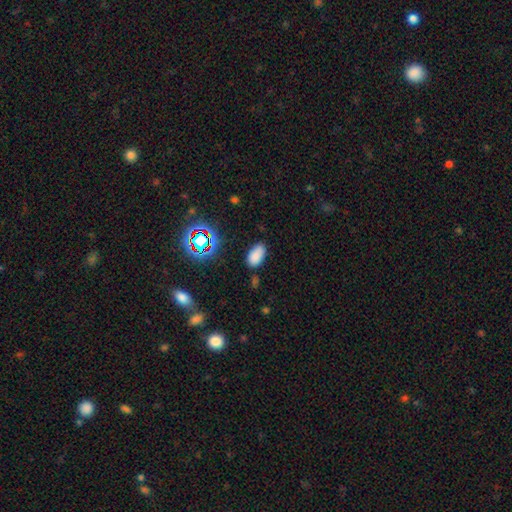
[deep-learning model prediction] smooth-or-featured: smooth: 78% | star or artifact: 16% | featured or disk: 6%
  how-rounded: in between: 94% | round: 4% | cigar-shaped: 2%
  merging: none: 80% | minor disturbance: 14% | major disturbance: 4% | merger: 2%